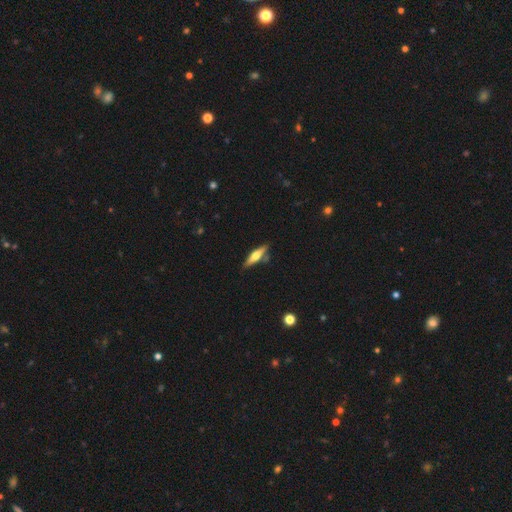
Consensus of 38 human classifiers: A featured or disk galaxy (53%) viewed edge-on (95%) with a rounded central bulge (95%). Merging: none (71%).